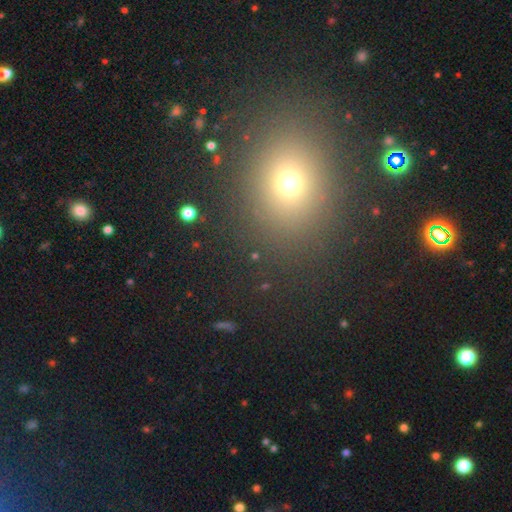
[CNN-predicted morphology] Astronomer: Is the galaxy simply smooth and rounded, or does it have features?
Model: smooth — 55% (runner-up: star or artifact, 36%).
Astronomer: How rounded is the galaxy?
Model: round — 76%.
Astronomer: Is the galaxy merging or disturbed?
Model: none — 85%.